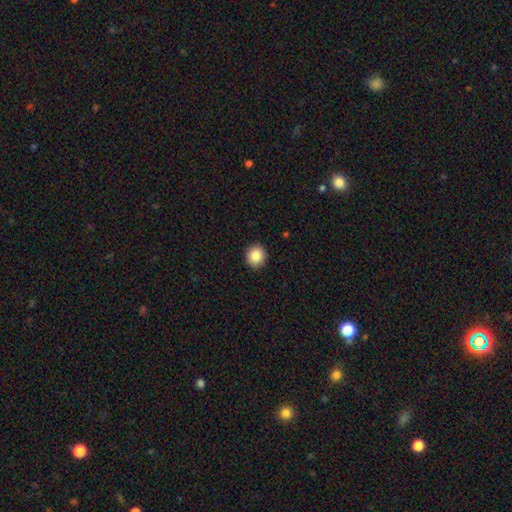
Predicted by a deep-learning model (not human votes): smooth 87%, star or artifact 9%, featured or disk 5%. Down the decision tree: how rounded — round (87%); merging — none (92%).